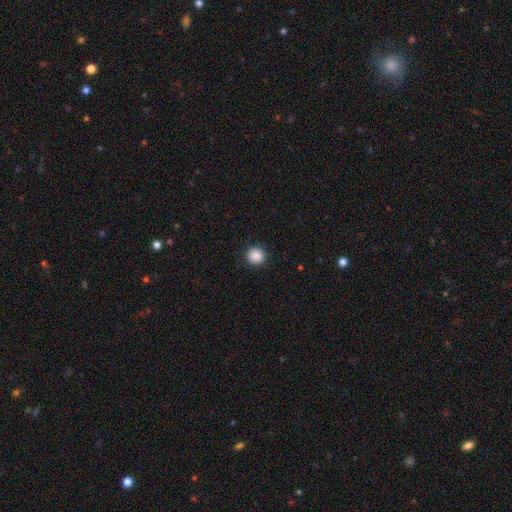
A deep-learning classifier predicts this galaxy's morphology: Q: Smooth or featured?
A: smooth (89%); runner-up: star or artifact (9%)
Q: How rounded?
A: round (91%); runner-up: in between (8%)
Q: Merging?
A: none (92%); runner-up: minor disturbance (6%)